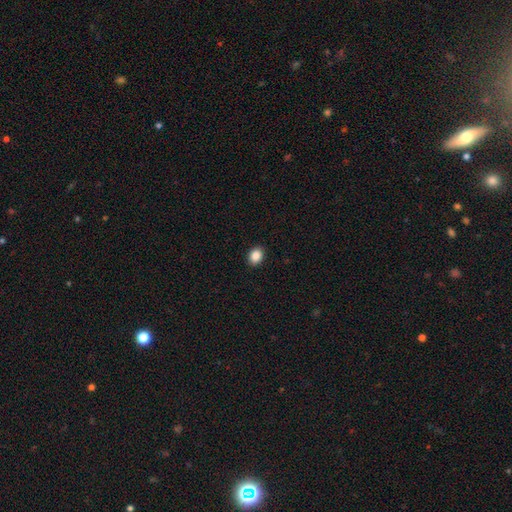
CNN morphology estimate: Smooth or featured? smooth (88%)
How rounded? in between (61%)
Merging? none (91%)